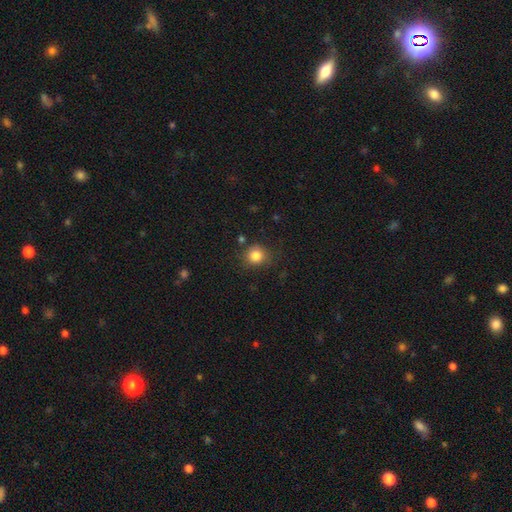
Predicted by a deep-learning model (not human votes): A smooth galaxy with no disk features (84%) that is round (88%).

Vote fractions:
- Smooth or featured? smooth: 84% / star or artifact: 11% / featured or disk: 5%
- How rounded? round: 88% / in between: 11% / cigar-shaped: 1%
- Merging? none: 79% / minor disturbance: 14% / major disturbance: 4% / merger: 3%